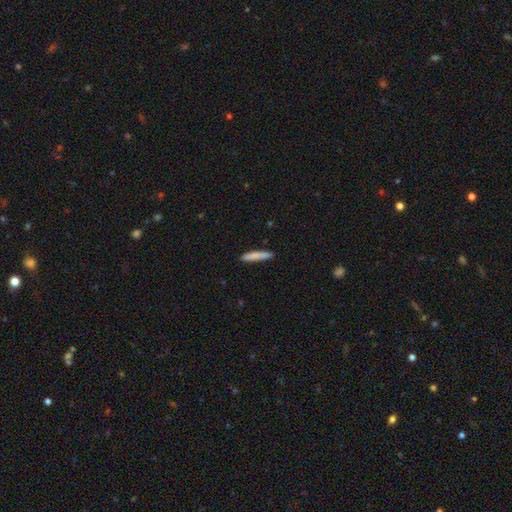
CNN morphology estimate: This appears to be a smooth galaxy with no disk features (82%) that is cigar-shaped (92%). Merging: none (88%).